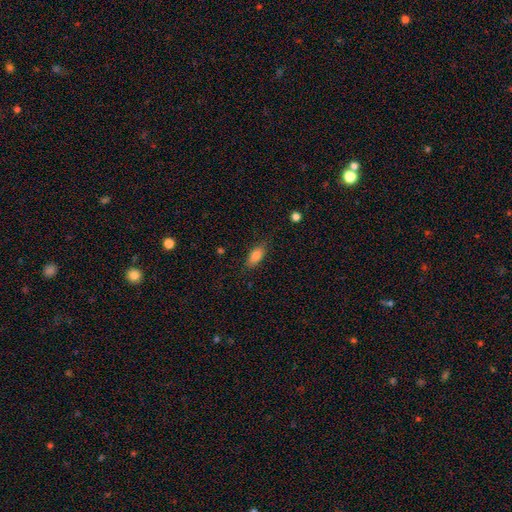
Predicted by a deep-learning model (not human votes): A smooth galaxy with no disk features (85%) that is in between round and cigar-shaped (84%).

Vote fractions:
- Smooth or featured? smooth: 85% / star or artifact: 8% / featured or disk: 7%
- How rounded? in between: 84% / cigar-shaped: 13% / round: 3%
- Merging? none: 80% / minor disturbance: 14% / major disturbance: 4% / merger: 1%